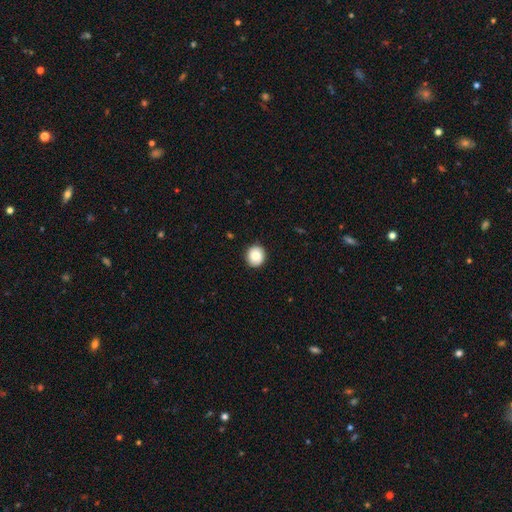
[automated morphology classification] smooth-or-featured: smooth: 83% | featured or disk: 9% | star or artifact: 8%
  how-rounded: round: 79% | in between: 21% | cigar-shaped: 1%
  merging: none: 87% | minor disturbance: 10% | major disturbance: 2% | merger: 1%